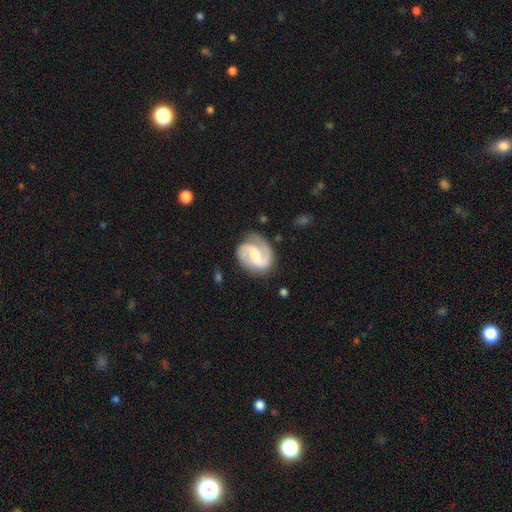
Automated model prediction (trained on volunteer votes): Overall: featured or disk (87%). Edge-on disk: no (98%). Bar: weak (46%; strong 31%). Spiral arms: yes (97%). Spiral arm count: 2 (91%). Spiral winding: medium (52%; loose 24%). Bulge size: moderate (40%; small 33%). Merging: none (79%).